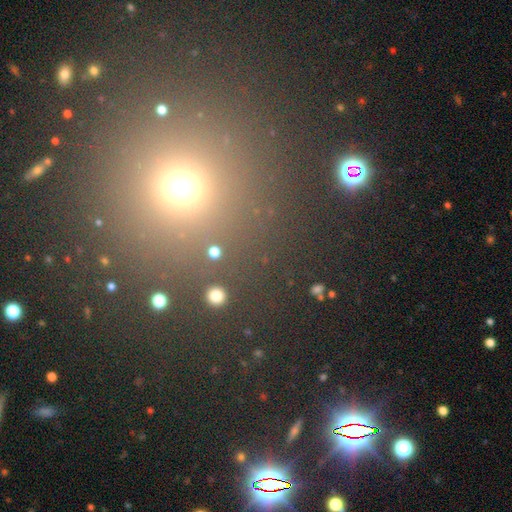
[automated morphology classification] A smooth galaxy with no disk features (50%) that is round (92%).

Vote fractions:
- Smooth or featured? smooth: 50% / star or artifact: 43% / featured or disk: 7%
- How rounded? round: 92% / in between: 6% / cigar-shaped: 1%
- Merging? none: 87% / minor disturbance: 6% / major disturbance: 4% / merger: 3%